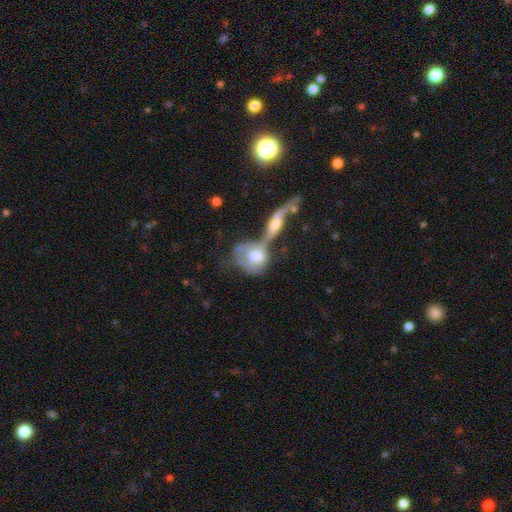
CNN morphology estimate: Overall: smooth (50%; featured or disk 42%). How rounded: round (48%; in between 47%). Merging: merger (65%).